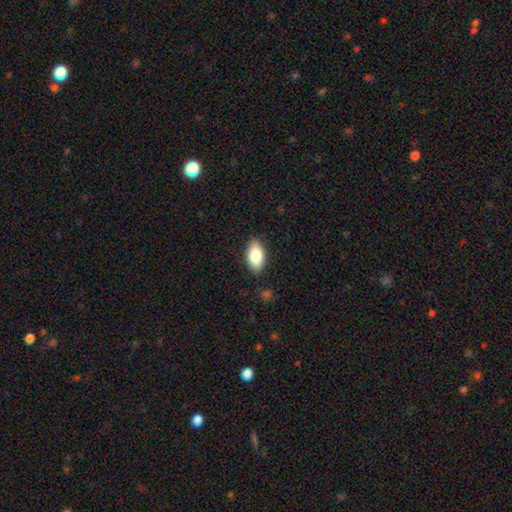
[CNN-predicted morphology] A smooth galaxy with no disk features (84%) that is in between round and cigar-shaped (93%).

Vote fractions:
- Smooth or featured? smooth: 84% / featured or disk: 10% / star or artifact: 7%
- How rounded? in between: 93% / round: 4% / cigar-shaped: 3%
- Merging? none: 86% / minor disturbance: 10% / major disturbance: 2% / merger: 1%